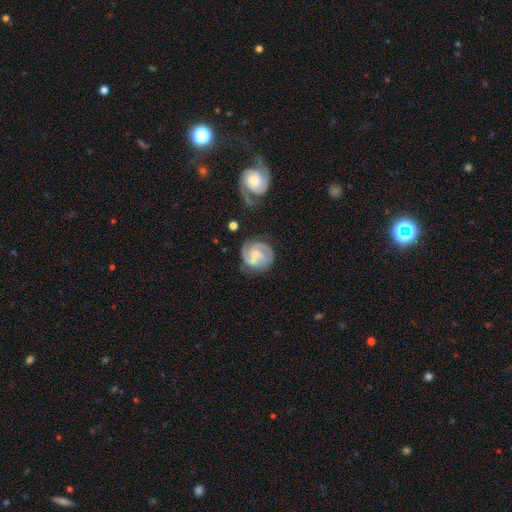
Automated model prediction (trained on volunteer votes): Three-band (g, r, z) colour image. It shows a featured or disk galaxy (84%) with no bar (54%), 2 (58%) tight (59%) spiral arms (97%) and a small central bulge (51%). Merging: none (75%).